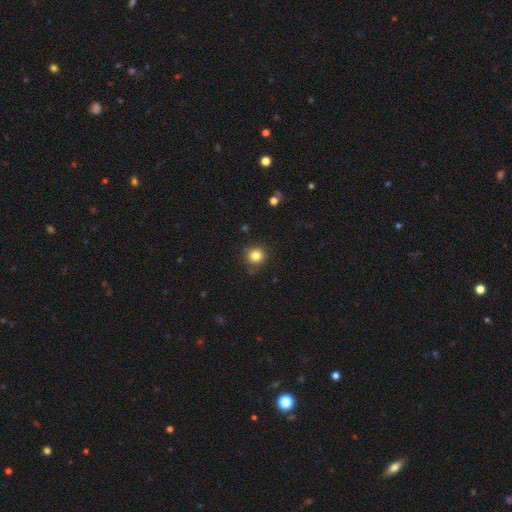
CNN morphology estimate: This appears to be a smooth galaxy with no disk features (83%) that is round (93%). Merging: none (85%).